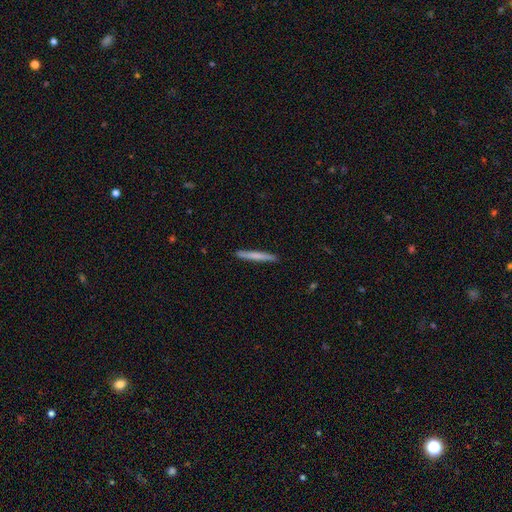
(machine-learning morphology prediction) Q: Smooth or featured?
A: smooth (67%); runner-up: featured or disk (28%)
Q: How rounded?
A: cigar-shaped (97%); runner-up: in between (2%)
Q: Merging?
A: none (92%); runner-up: minor disturbance (6%)